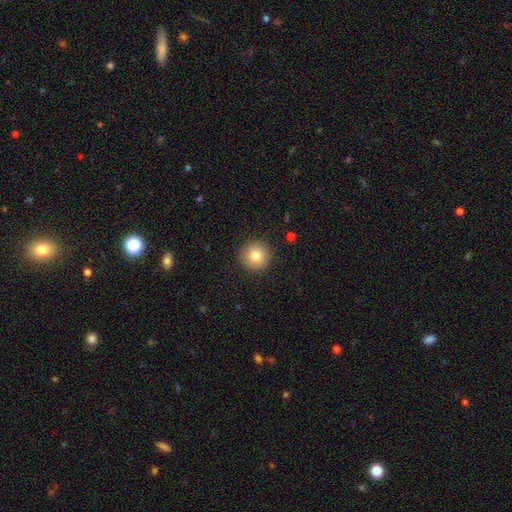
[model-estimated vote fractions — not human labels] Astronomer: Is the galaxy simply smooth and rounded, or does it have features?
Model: smooth — 81%.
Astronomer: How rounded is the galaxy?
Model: round — 95%.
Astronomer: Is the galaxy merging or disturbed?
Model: none — 91%.